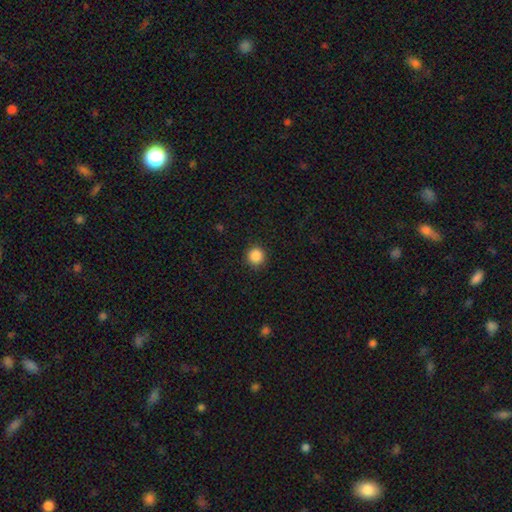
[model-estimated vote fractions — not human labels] smooth-or-featured: smooth: 87% | star or artifact: 10% | featured or disk: 3%
  how-rounded: round: 95% | in between: 4% | cigar-shaped: 1%
  merging: none: 92% | minor disturbance: 5% | major disturbance: 2% | merger: 1%